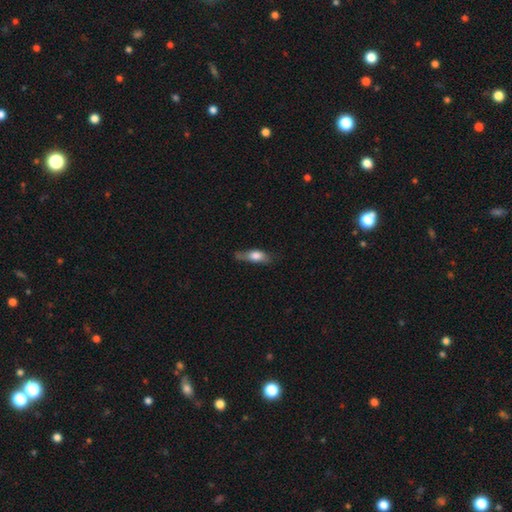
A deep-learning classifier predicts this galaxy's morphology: This appears to be a smooth galaxy with no disk features (68%) that is in between round and cigar-shaped (60%). Merging: none (51%).